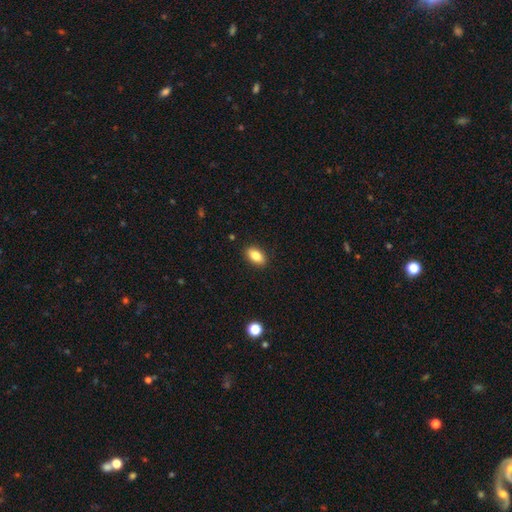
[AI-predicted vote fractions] smooth-or-featured: smooth: 85% | featured or disk: 8% | star or artifact: 8%
  how-rounded: in between: 89% | cigar-shaped: 5% | round: 5%
  merging: none: 89% | minor disturbance: 8% | major disturbance: 2% | merger: 1%